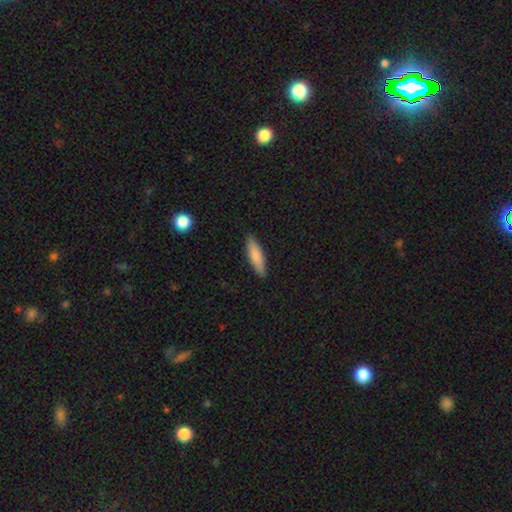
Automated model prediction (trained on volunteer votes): Smooth or featured? smooth (83%)
How rounded? cigar-shaped (67%)
Merging? none (89%)